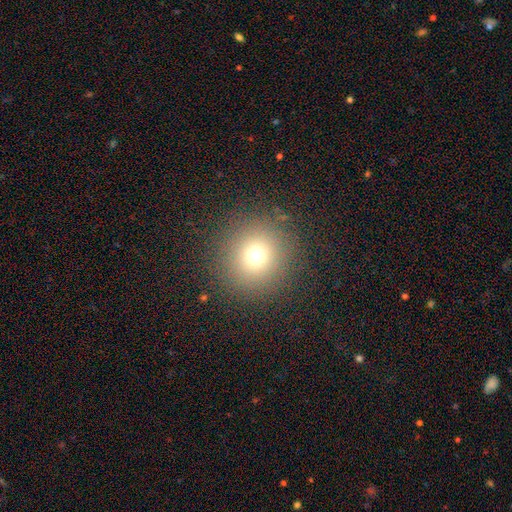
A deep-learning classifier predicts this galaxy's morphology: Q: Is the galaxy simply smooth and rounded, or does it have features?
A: smooth — 72%.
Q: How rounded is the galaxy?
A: round — 94%.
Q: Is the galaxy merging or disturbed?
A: none — 89%.